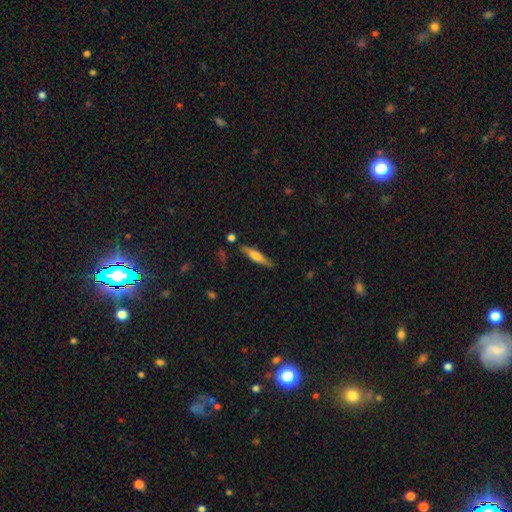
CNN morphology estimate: smooth 48%, featured or disk 46%, star or artifact 6%. Down the decision tree: merging — none (83%).